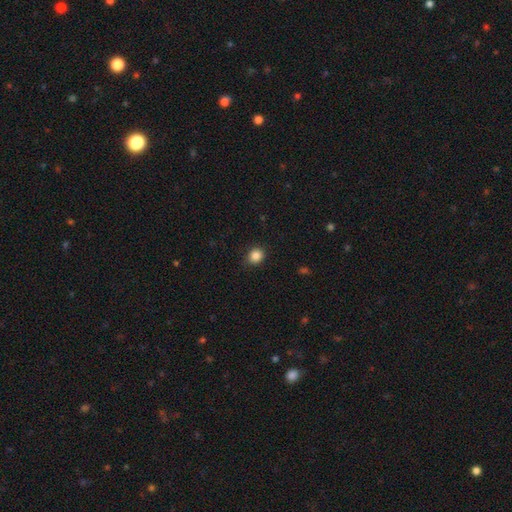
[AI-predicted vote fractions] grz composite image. It shows a smooth galaxy with no disk features (86%) that is round (77%). Merging: none (83%).